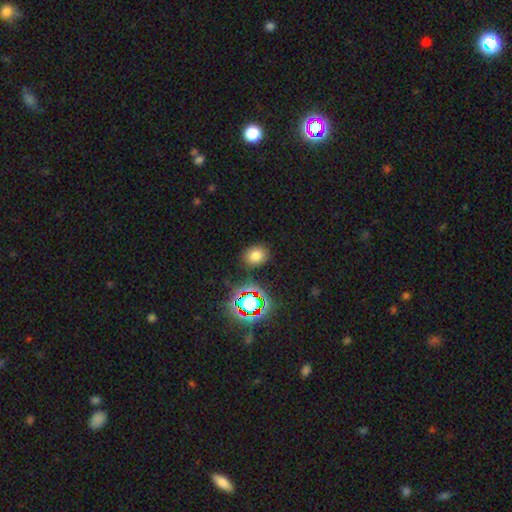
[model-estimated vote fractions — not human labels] smooth-or-featured: smooth: 71% | star or artifact: 21% | featured or disk: 8%
  how-rounded: round: 51% | in between: 48% | cigar-shaped: 1%
  merging: none: 85% | minor disturbance: 10% | major disturbance: 3% | merger: 3%